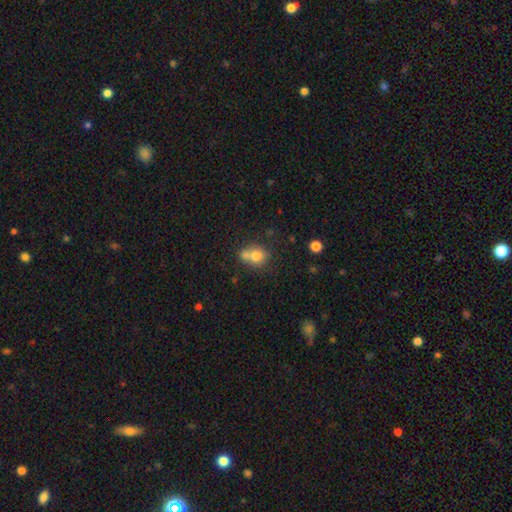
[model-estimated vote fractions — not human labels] smooth 74%, featured or disk 15%, star or artifact 11%. Down the decision tree: how rounded — round (63%); merging — merger (41%).